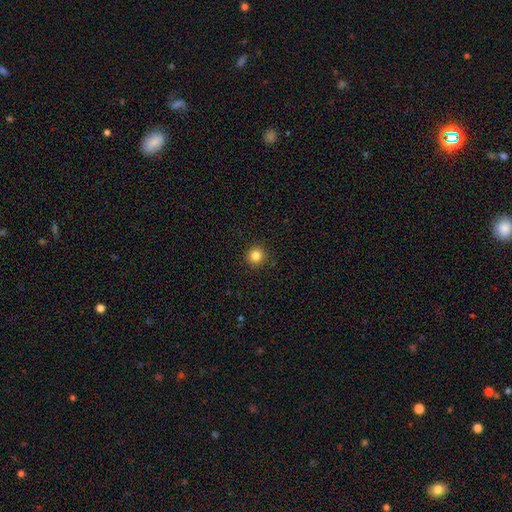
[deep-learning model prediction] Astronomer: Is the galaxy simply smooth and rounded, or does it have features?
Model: smooth — 83%.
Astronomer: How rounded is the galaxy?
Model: round — 94%.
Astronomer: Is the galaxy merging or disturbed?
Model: none — 92%.